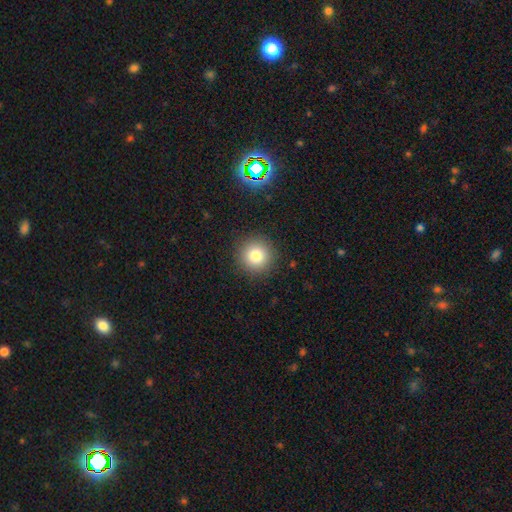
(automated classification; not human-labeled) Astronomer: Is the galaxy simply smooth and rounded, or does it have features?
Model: smooth — 81%.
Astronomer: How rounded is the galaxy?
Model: round — 95%.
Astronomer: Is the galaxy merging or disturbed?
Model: none — 91%.